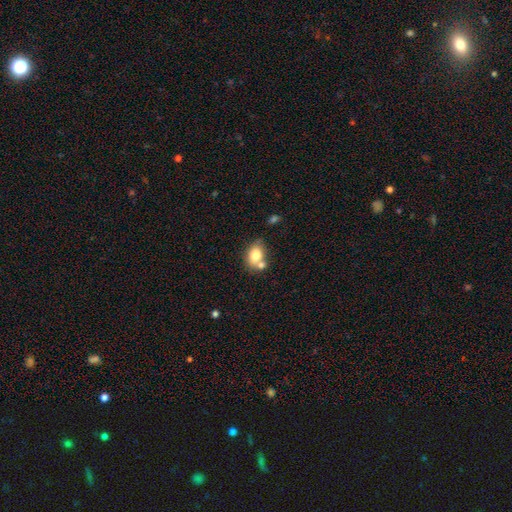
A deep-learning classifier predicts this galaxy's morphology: Smooth or featured: smooth — 76% (featured or disk — 15%)
How rounded: in between — 65% (round — 34%)
Merging: none — 43% (merger — 36%)